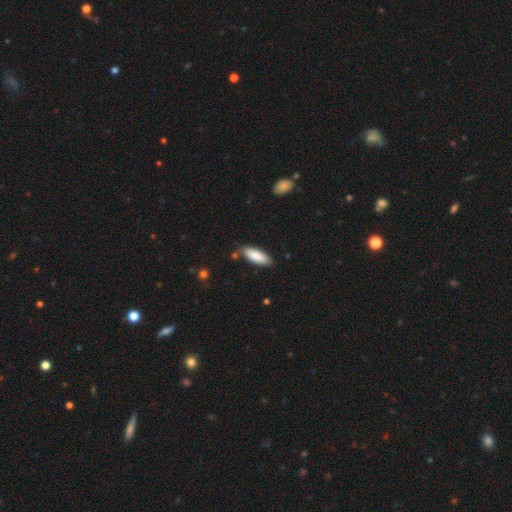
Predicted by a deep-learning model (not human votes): The model was most divided on "how rounded": in between: 66%, cigar-shaped: 33%, round: 2%. More confident: smooth or featured — smooth (87%); merging — none (84%).